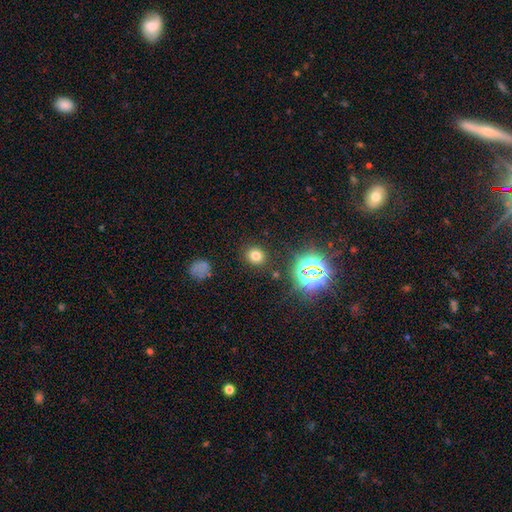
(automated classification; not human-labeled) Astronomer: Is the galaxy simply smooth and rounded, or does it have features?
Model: smooth — 71%.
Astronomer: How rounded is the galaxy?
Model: round — 76%.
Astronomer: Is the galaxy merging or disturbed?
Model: none — 87%.